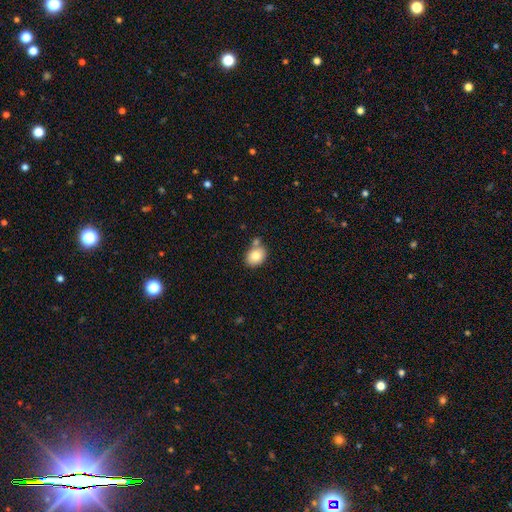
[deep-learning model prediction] smooth 81%, featured or disk 11%, star or artifact 8%. Down the decision tree: how rounded — in between (60%); merging — none (63%).